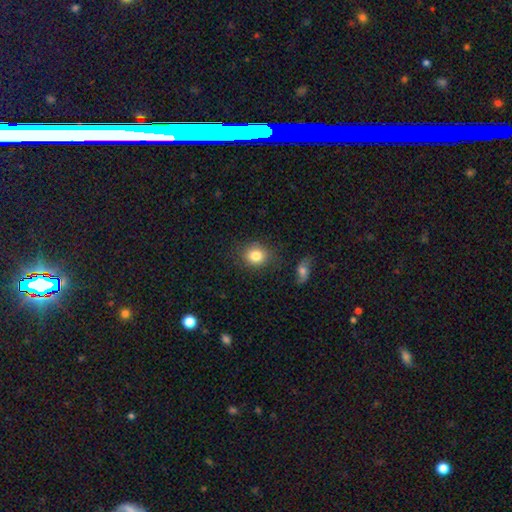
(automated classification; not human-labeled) This is clearly a smooth galaxy (83%). How rounded: likely round (70%). Merging: clearly none (80%).